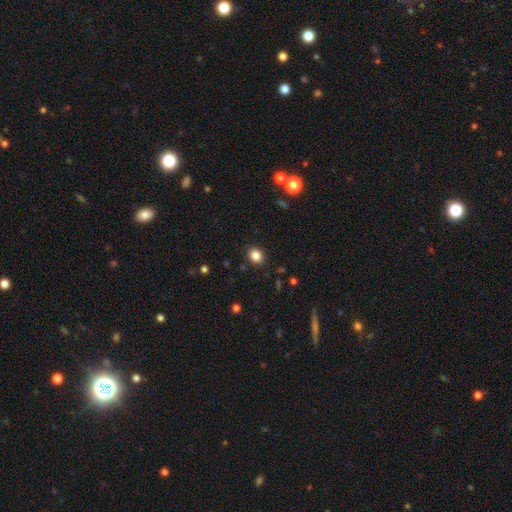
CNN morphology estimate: Smooth or featured? smooth (84%)
How rounded? round (59%)
Merging? none (89%)